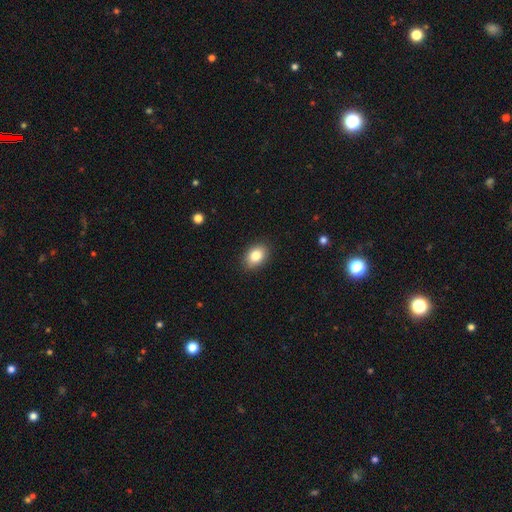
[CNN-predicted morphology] smooth-or-featured: smooth: 84% | star or artifact: 8% | featured or disk: 8%
  how-rounded: in between: 79% | round: 20% | cigar-shaped: 1%
  merging: none: 88% | minor disturbance: 9% | major disturbance: 2% | merger: 1%